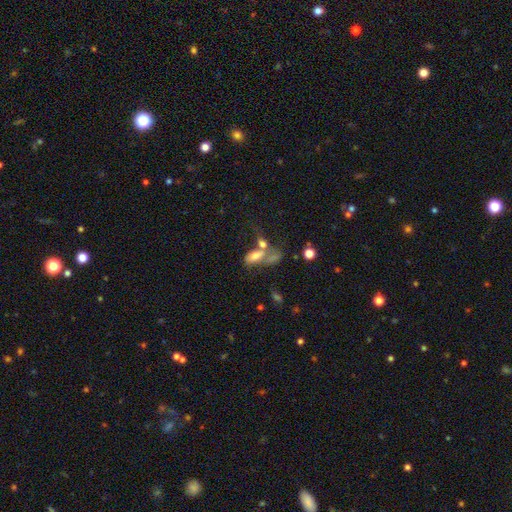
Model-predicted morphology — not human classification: Smooth or featured?
  - smooth: 61% *
  - featured or disk: 29%
  - star or artifact: 11%
How rounded?
  - in between: 85% *
  - cigar-shaped: 10%
  - round: 6%
Merging?
  - merger: 55% *
  - none: 19%
  - major disturbance: 16%
  - minor disturbance: 11%